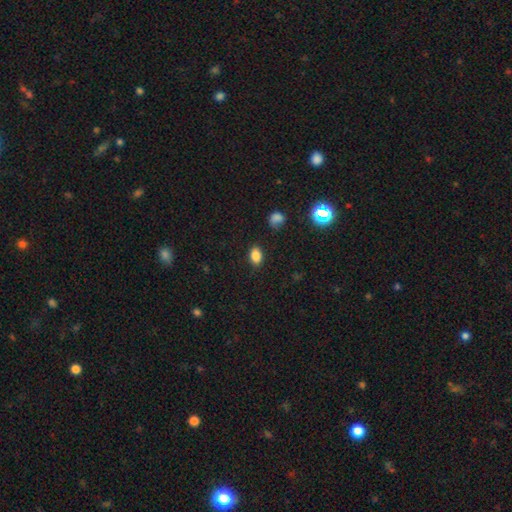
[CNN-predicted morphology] Smooth or featured? smooth (83%)
How rounded? in between (81%)
Merging? none (85%)